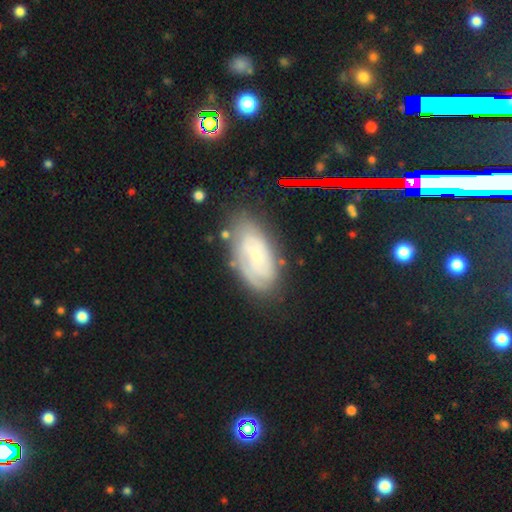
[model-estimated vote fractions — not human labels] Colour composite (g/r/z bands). It shows a featured or disk galaxy (62%) with no bar (63%), spiral arms (82%) and a small central bulge (72%). Merging: none (70%).